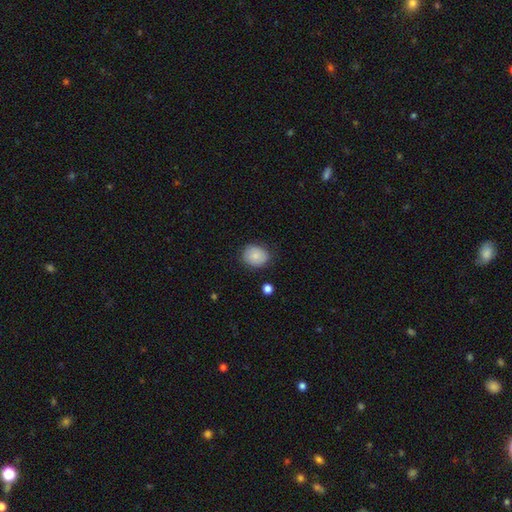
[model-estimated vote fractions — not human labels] This appears to be a smooth galaxy with no disk features (84%) that is round (61%). Merging: none (79%).